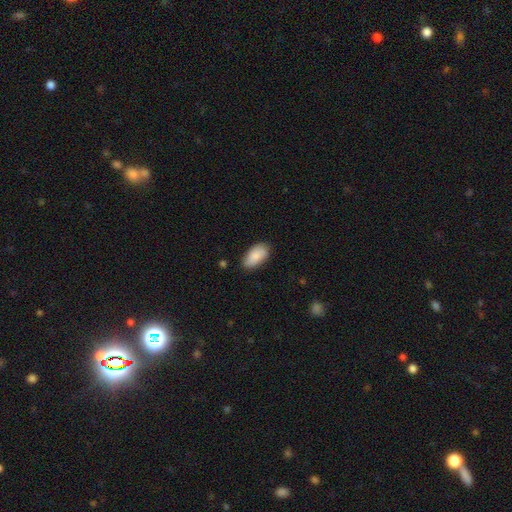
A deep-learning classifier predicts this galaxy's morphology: Smooth or featured?
  - smooth: 87% *
  - featured or disk: 7%
  - star or artifact: 6%
How rounded?
  - in between: 94% *
  - cigar-shaped: 4%
  - round: 2%
Merging?
  - none: 84% *
  - minor disturbance: 13%
  - major disturbance: 2%
  - merger: 1%